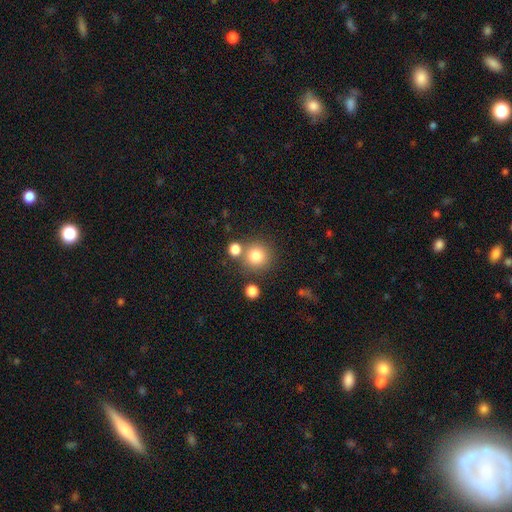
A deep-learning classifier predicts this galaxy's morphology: Smooth or featured: smooth — 81% (star or artifact — 12%)
How rounded: round — 92% (in between — 7%)
Merging: none — 72% (merger — 16%)